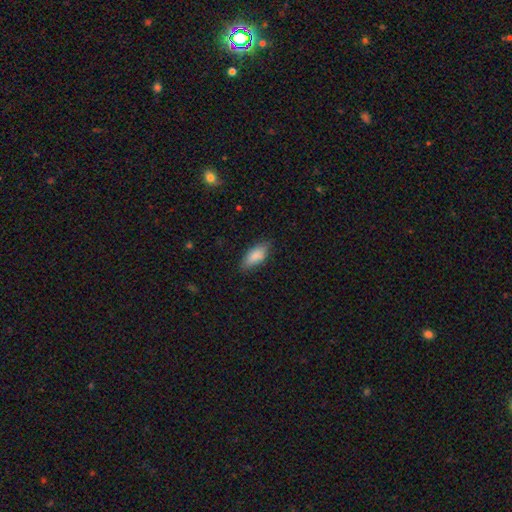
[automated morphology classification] Smooth or featured? smooth (85%)
How rounded? in between (83%)
Merging? none (79%)